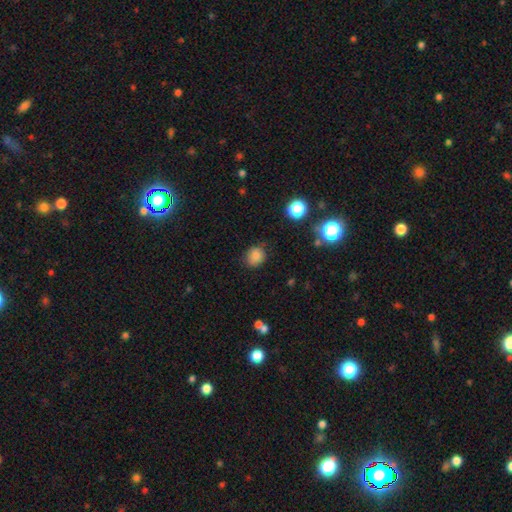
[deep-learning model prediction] Q: Smooth or featured?
A: smooth (81%); runner-up: star or artifact (13%)
Q: How rounded?
A: round (73%); runner-up: in between (26%)
Q: Merging?
A: none (78%); runner-up: minor disturbance (16%)